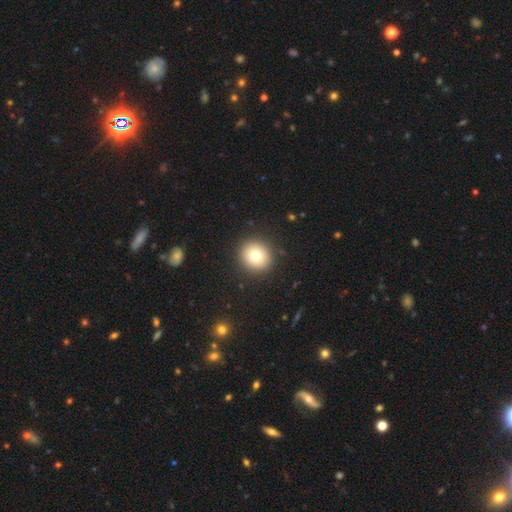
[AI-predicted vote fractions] smooth 75%, featured or disk 13%, star or artifact 12%. Down the decision tree: how rounded — round (89%); merging — none (91%).